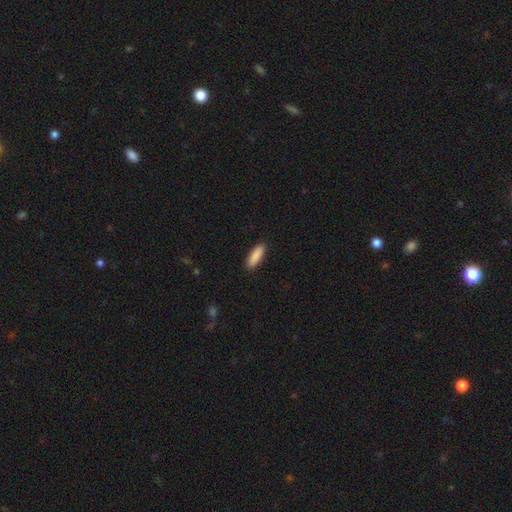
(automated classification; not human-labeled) Morphology: type=smooth (90%); roundness=in between (52%); merging=none (90%).